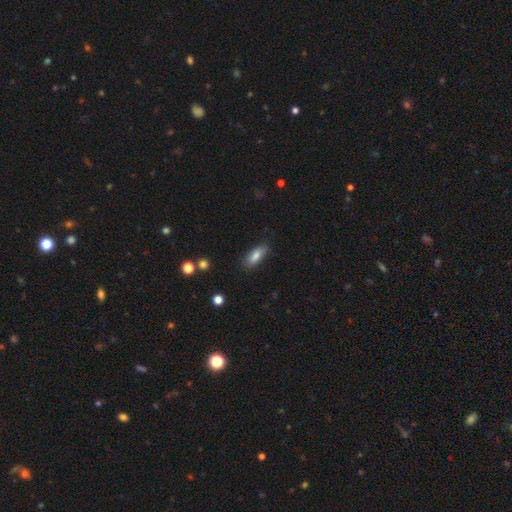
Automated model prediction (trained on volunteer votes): A smooth galaxy with no disk features (82%) that is in between round and cigar-shaped (69%).

Vote fractions:
- Smooth or featured? smooth: 82% / featured or disk: 11% / star or artifact: 8%
- How rounded? in between: 69% / cigar-shaped: 28% / round: 3%
- Merging? none: 81% / minor disturbance: 14% / major disturbance: 3% / merger: 2%